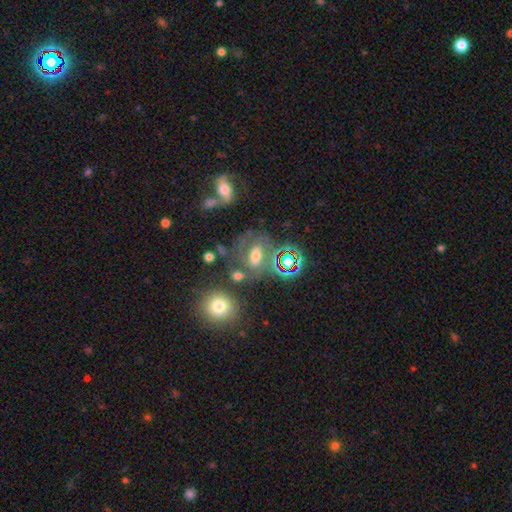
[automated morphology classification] Smooth or featured?
  - featured or disk: 50% *
  - smooth: 30%
  - star or artifact: 21%
Merging?
  - none: 51% *
  - minor disturbance: 18%
  - major disturbance: 16%
  - merger: 15%